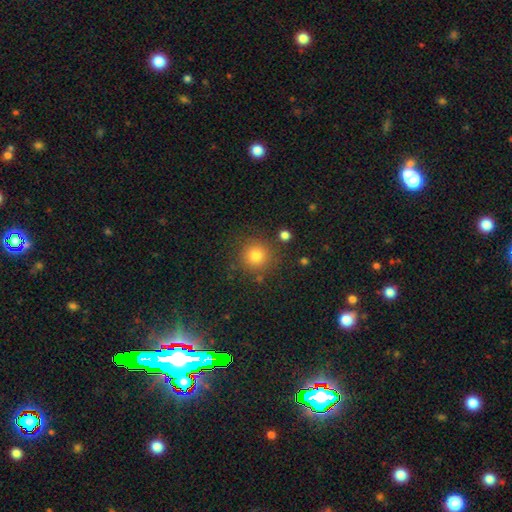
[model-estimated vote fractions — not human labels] This appears to be a smooth galaxy with no disk features (81%) that is round (93%). Merging: none (84%).